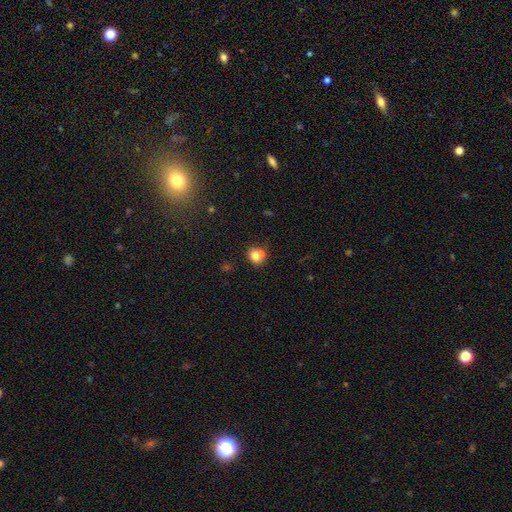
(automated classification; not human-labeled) A smooth galaxy with no disk features (81%) that is round (82%). Merging: none (69%).